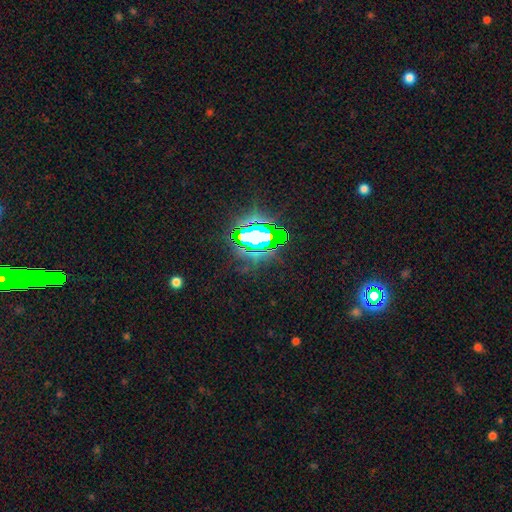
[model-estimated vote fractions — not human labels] A star or artifact, not a galaxy (81%).